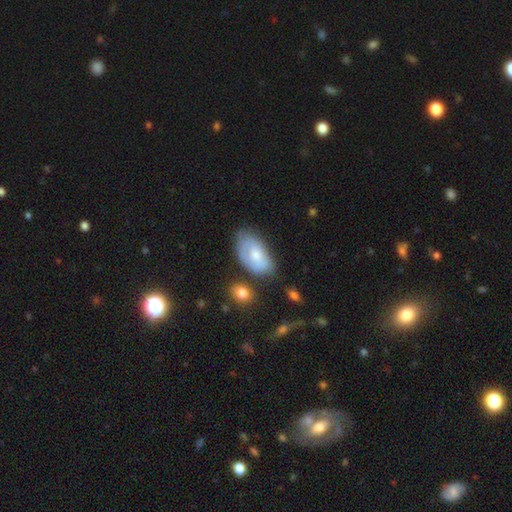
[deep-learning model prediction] smooth 59%, featured or disk 34%, star or artifact 7%. Down the decision tree: how rounded — in between (93%); merging — none (57%).